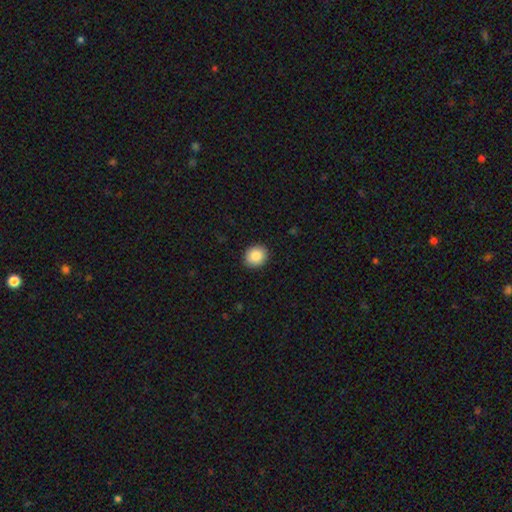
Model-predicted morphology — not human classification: Smooth or featured: smooth — 87% (star or artifact — 8%)
How rounded: round — 73% (in between — 27%)
Merging: none — 91% (minor disturbance — 6%)